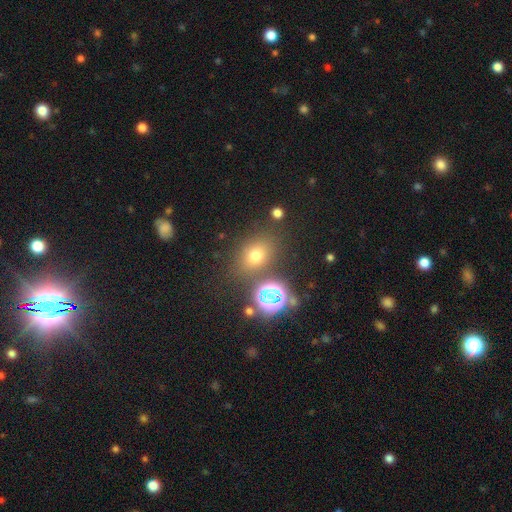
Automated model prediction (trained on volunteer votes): A smooth galaxy with no disk features (67%) that is round (50%).

Vote fractions:
- Smooth or featured? smooth: 67% / star or artifact: 23% / featured or disk: 10%
- How rounded? round: 50% / in between: 49% / cigar-shaped: 2%
- Merging? none: 77% / minor disturbance: 11% / merger: 7% / major disturbance: 5%